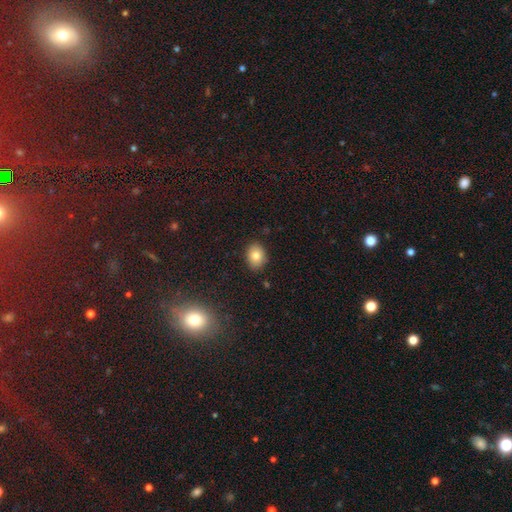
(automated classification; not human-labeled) This is likely a smooth galaxy (80%). How rounded: likely in between (61%). Merging: clearly none (86%).